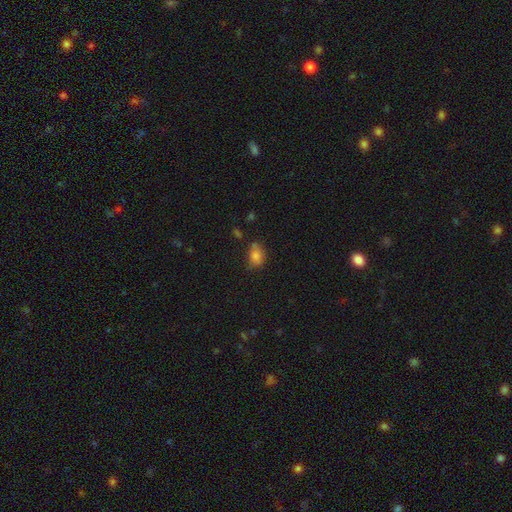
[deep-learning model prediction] Q: Smooth or featured?
A: smooth (81%); runner-up: star or artifact (11%)
Q: How rounded?
A: in between (66%); runner-up: round (33%)
Q: Merging?
A: none (56%); runner-up: minor disturbance (27%)